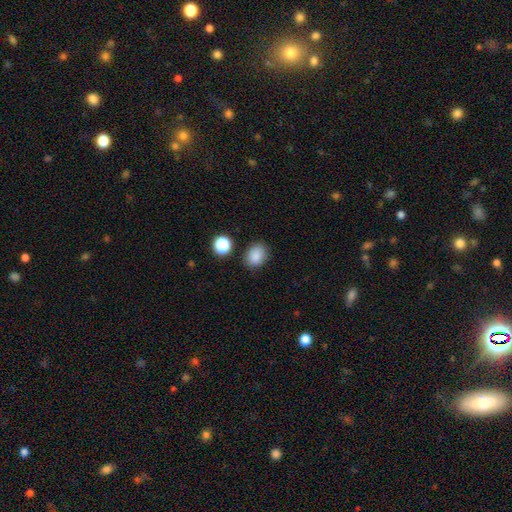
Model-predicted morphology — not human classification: This appears to be a smooth galaxy with no disk features (86%) that is in between round and cigar-shaped (58%). Merging: none (83%).